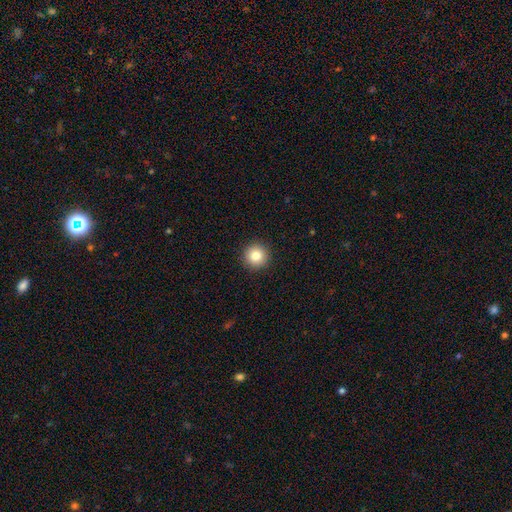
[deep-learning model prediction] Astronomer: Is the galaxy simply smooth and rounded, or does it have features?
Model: smooth — 82%.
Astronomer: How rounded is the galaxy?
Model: round — 96%.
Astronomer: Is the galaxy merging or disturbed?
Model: none — 93%.